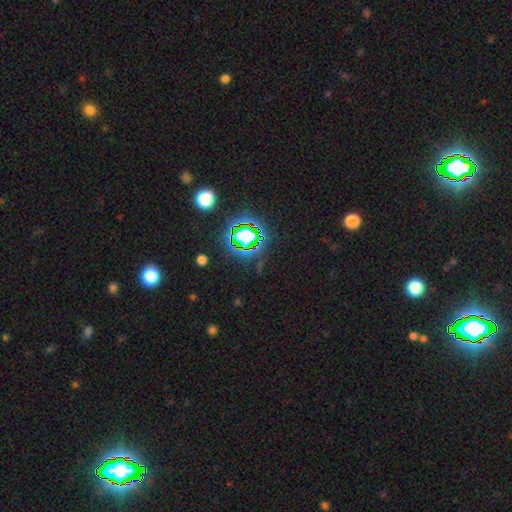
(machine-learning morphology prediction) Smooth or featured?
  - star or artifact: 78% *
  - smooth: 13%
  - featured or disk: 8%